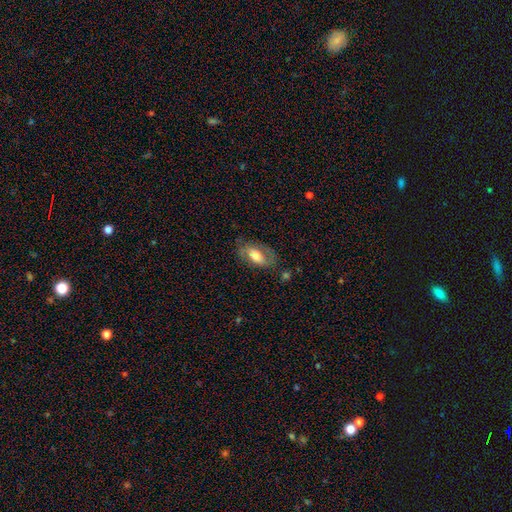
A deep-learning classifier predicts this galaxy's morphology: Smooth or featured? smooth (52%)
How rounded? in between (88%)
Merging? none (66%)